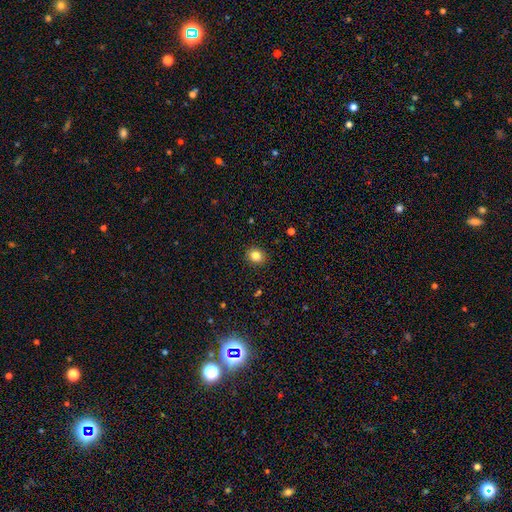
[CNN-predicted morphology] Smooth or featured?
  - smooth: 84% *
  - star or artifact: 11%
  - featured or disk: 6%
How rounded?
  - round: 65% *
  - in between: 34%
  - cigar-shaped: 1%
Merging?
  - none: 90% *
  - minor disturbance: 7%
  - major disturbance: 2%
  - merger: 1%